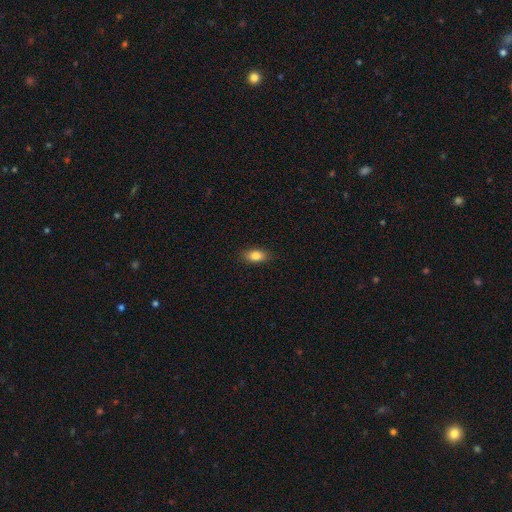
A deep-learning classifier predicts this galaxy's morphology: This appears to be a smooth galaxy with no disk features (83%) that is in between round and cigar-shaped (87%). Merging: none (88%).